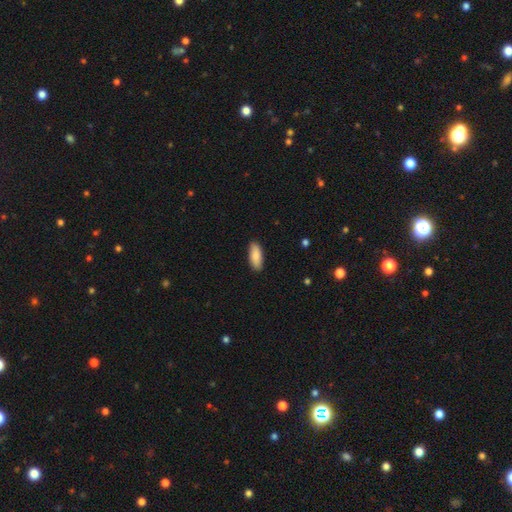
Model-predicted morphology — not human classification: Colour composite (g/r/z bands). It shows a smooth galaxy with no disk features (88%) that is in between round and cigar-shaped (77%). Merging: none (89%).